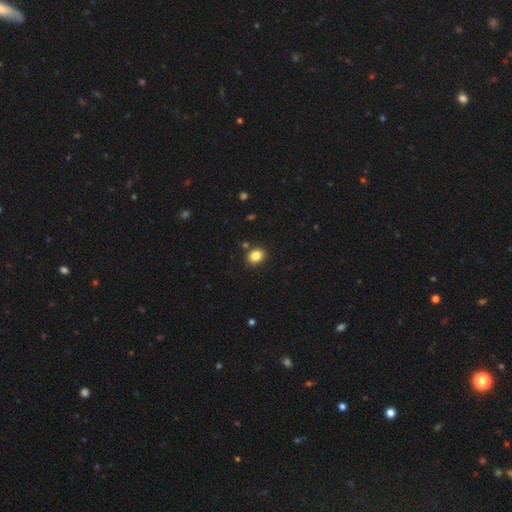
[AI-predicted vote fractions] A smooth galaxy with no disk features (84%) that is round (54%). Merging: none (86%).